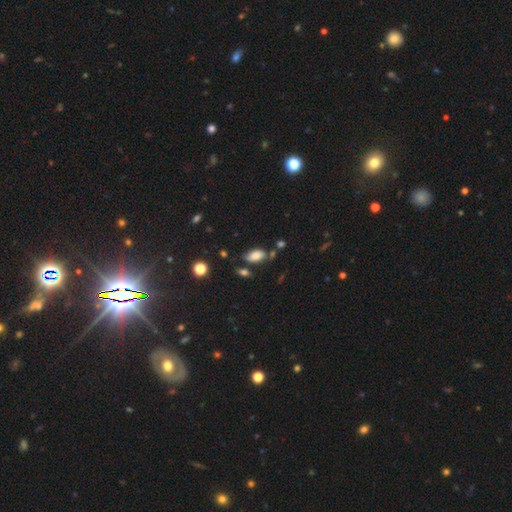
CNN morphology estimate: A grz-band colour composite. It shows a smooth galaxy with no disk features (83%) that is in between round and cigar-shaped (91%). Merging: none (62%).